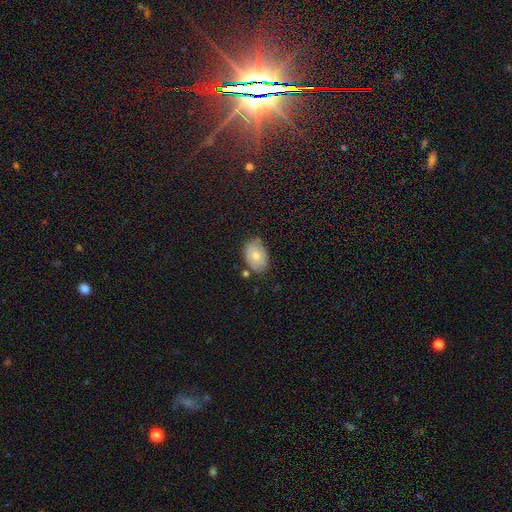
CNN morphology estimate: A smooth galaxy with no disk features (64%) that is in between round and cigar-shaped (82%).

Vote fractions:
- Smooth or featured? smooth: 64% / featured or disk: 27% / star or artifact: 8%
- How rounded? in between: 82% / round: 17% / cigar-shaped: 1%
- Merging? none: 68% / minor disturbance: 22% / merger: 6% / major disturbance: 4%